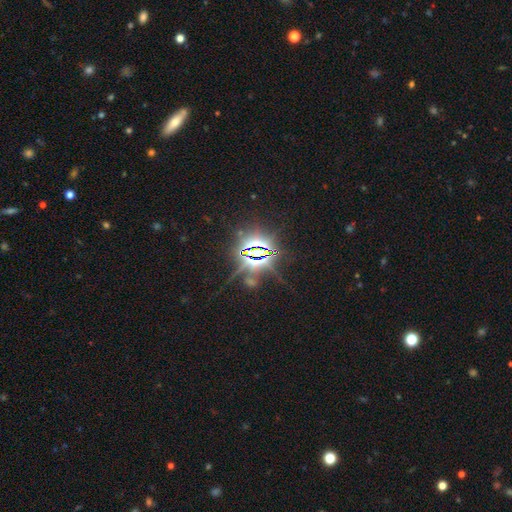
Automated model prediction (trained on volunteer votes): star or artifact 84%, smooth 9%, featured or disk 8%.